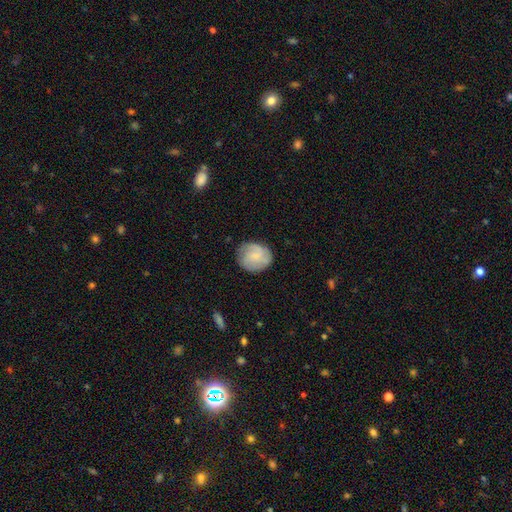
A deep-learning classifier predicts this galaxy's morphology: smooth-or-featured: smooth: 49% | featured or disk: 44% | star or artifact: 7%
  merging: none: 79% | minor disturbance: 15% | major disturbance: 4% | merger: 1%